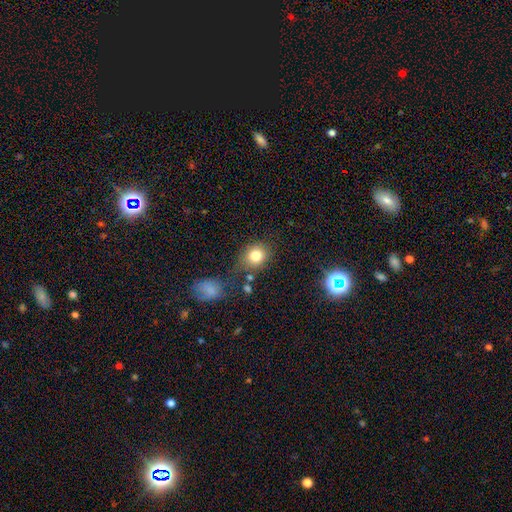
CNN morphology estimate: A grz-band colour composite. It shows a smooth galaxy with no disk features (80%) that is round (64%). Merging: none (66%).